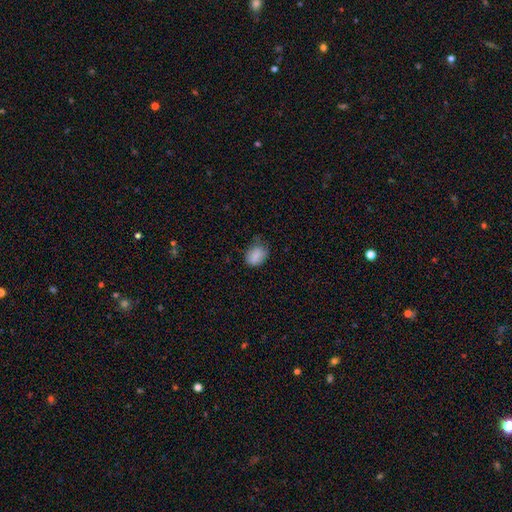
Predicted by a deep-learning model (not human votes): Overall: smooth (86%). How rounded: in between (68%; round 30%). Merging: none (60%; minor disturbance 32%).